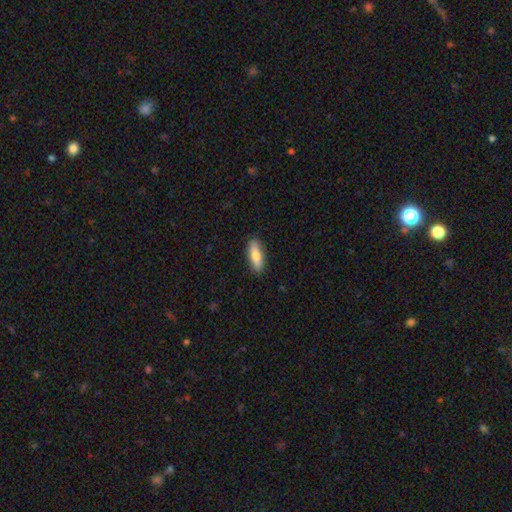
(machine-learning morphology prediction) Smooth or featured? smooth (75%)
How rounded? in between (56%)
Merging? none (88%)